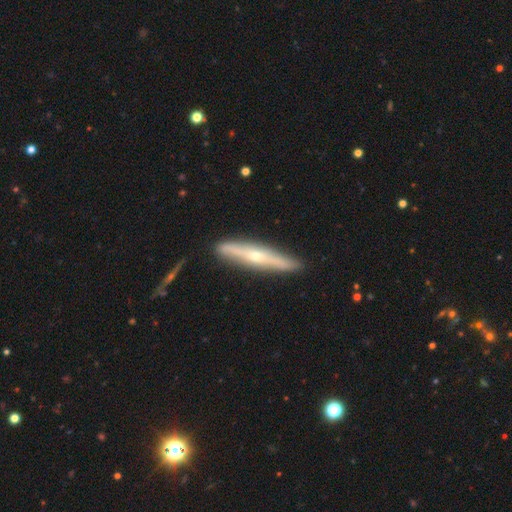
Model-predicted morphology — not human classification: smooth_or_featured: featured or disk (p=0.69) [alt: smooth p=0.26]
disk_edge_on: yes (p=0.91) [alt: no p=0.09]
edge_on_bulge: rounded (p=0.85) [alt: none p=0.13]
merging: none (p=0.86) [alt: minor disturbance p=0.10]